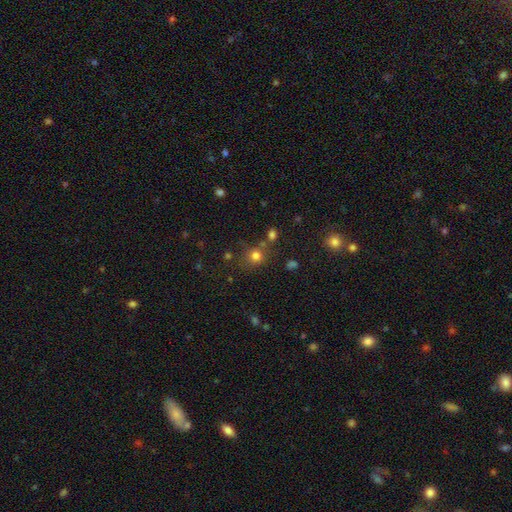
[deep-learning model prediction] This appears to be a smooth galaxy with no disk features (75%) that is round (84%). Merging: none (70%).